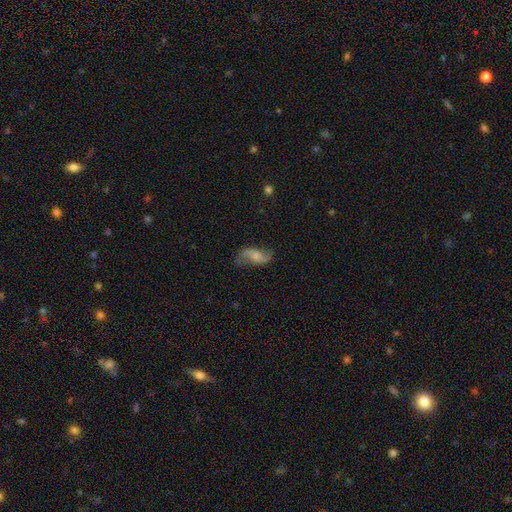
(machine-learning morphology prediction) smooth_or_featured: featured or disk (p=0.69) [alt: smooth p=0.23]
disk_edge_on: no (p=0.95) [alt: yes p=0.05]
bar: no (p=0.54) [alt: weak p=0.36]
has_spiral_arms: yes (p=0.92) [alt: no p=0.08]
spiral_winding: loose (p=0.83) [alt: medium p=0.13]
spiral_arm_count: 2 (p=0.92) [alt: can't tell p=0.03]
bulge_size: small (p=0.39) [alt: moderate p=0.31]
merging: none (p=0.70) [alt: minor disturbance p=0.19]